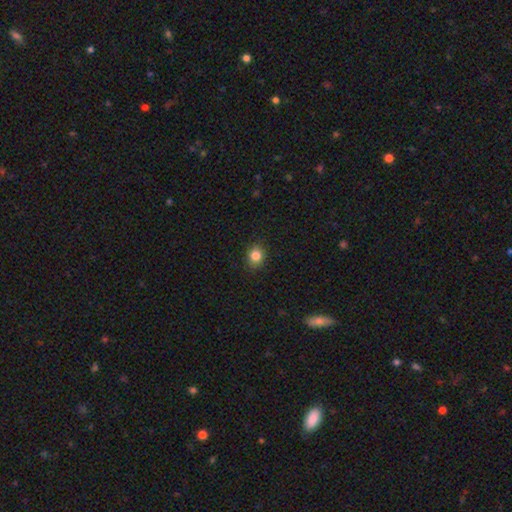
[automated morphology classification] Smooth or featured: smooth — 84% (star or artifact — 11%)
How rounded: round — 65% (in between — 34%)
Merging: none — 89% (minor disturbance — 8%)